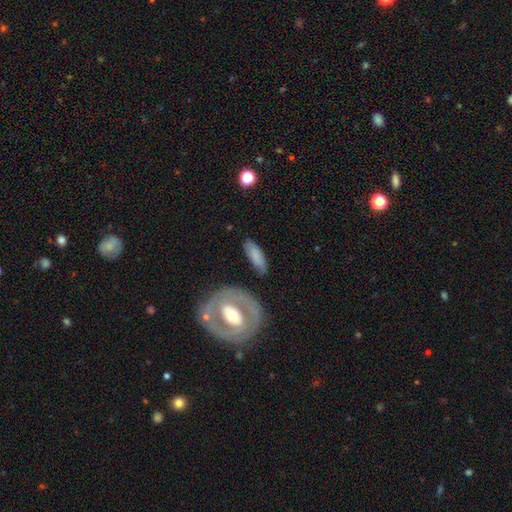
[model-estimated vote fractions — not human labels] Overall: smooth (71%). How rounded: in between (62%; cigar-shaped 35%). Merging: none (79%).